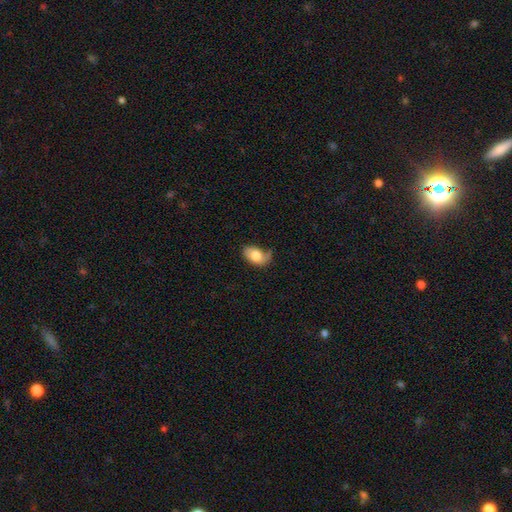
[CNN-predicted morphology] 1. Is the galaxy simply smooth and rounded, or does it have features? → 71% smooth, 22% featured or disk, 7% star or artifact.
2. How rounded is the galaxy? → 89% in between, 10% round, 1% cigar-shaped.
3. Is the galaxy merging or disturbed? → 43% none, 34% minor disturbance, 18% major disturbance, 4% merger.